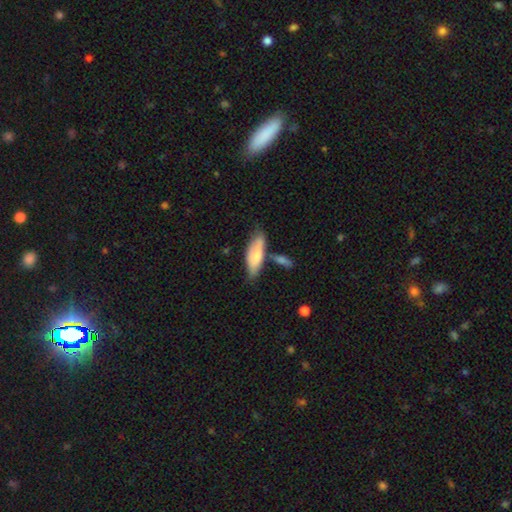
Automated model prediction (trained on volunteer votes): Smooth or featured?
  - smooth: 71% *
  - featured or disk: 24%
  - star or artifact: 5%
How rounded?
  - in between: 65% *
  - cigar-shaped: 33%
  - round: 2%
Merging?
  - none: 56% *
  - minor disturbance: 22%
  - merger: 17%
  - major disturbance: 5%